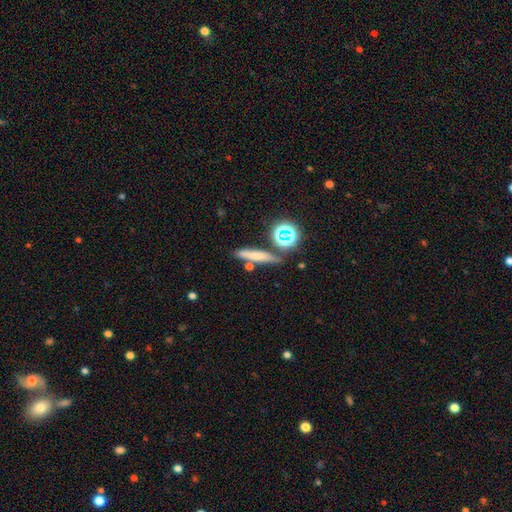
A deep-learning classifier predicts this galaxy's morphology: The model was most divided on "smooth or featured": smooth: 63%, featured or disk: 21%, star or artifact: 16%. More confident: how rounded — cigar-shaped (76%); merging — none (75%).